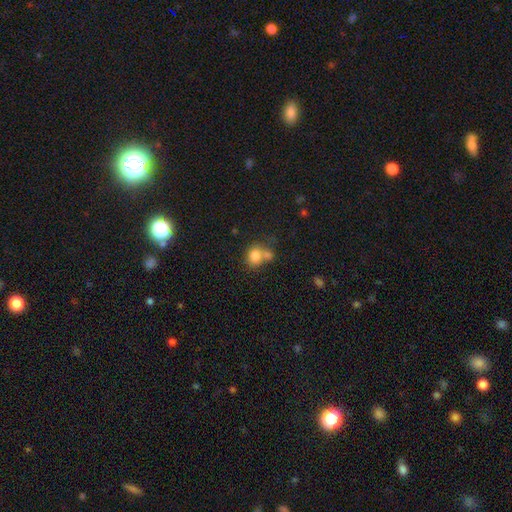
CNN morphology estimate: This appears to be a smooth galaxy with no disk features (80%) that is round (57%). Merging: merger (45%).